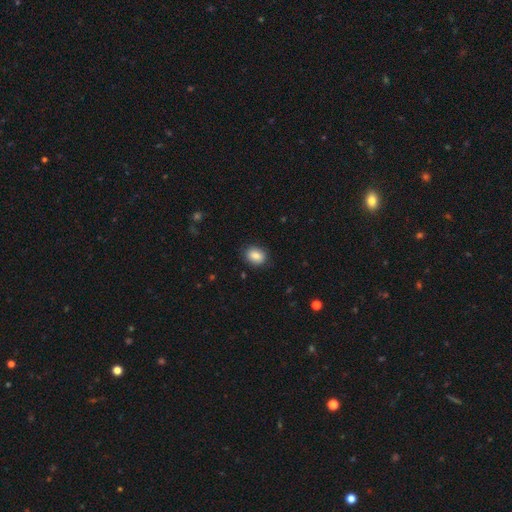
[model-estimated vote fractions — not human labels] smooth 84%, star or artifact 8%, featured or disk 7%. Down the decision tree: how rounded — in between (55%); merging — none (86%).